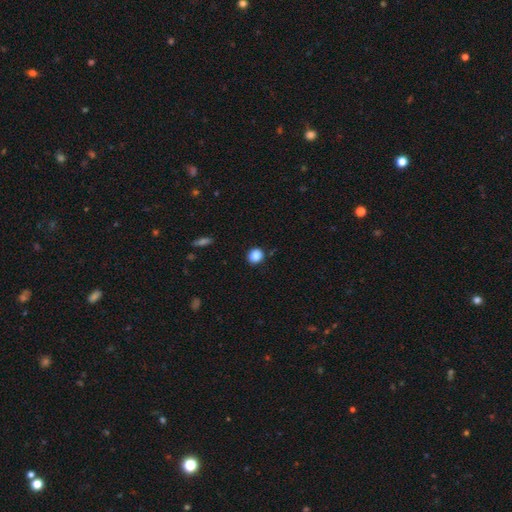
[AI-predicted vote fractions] smooth_or_featured: smooth (p=0.86) [alt: star or artifact p=0.10]
how_rounded: round (p=0.82) [alt: in between p=0.17]
merging: none (p=0.88) [alt: minor disturbance p=0.08]